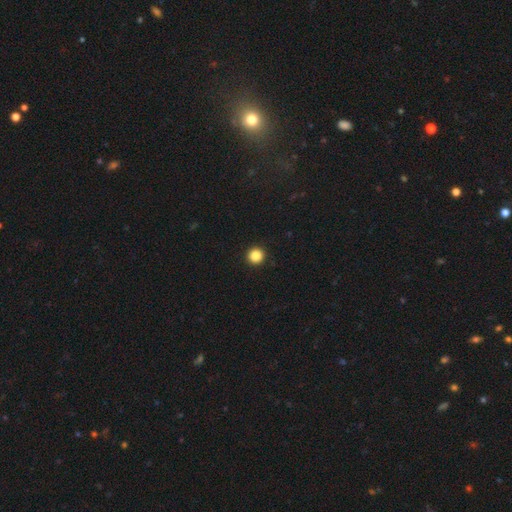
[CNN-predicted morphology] This is clearly a smooth galaxy (86%). How rounded: clearly round (96%). Merging: clearly none (94%).